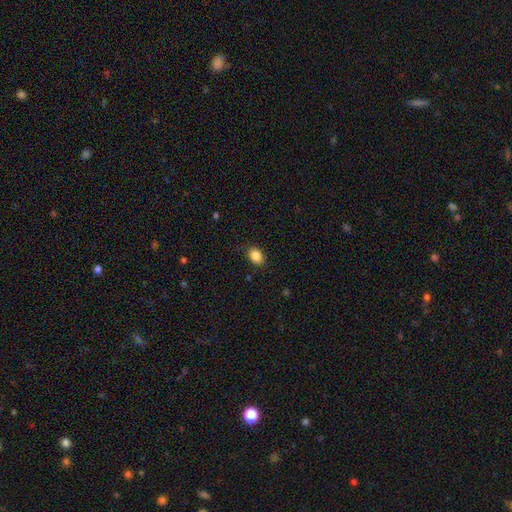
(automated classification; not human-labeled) smooth_or_featured: smooth (p=0.86) [alt: star or artifact p=0.09]
how_rounded: in between (p=0.75) [alt: round p=0.24]
merging: none (p=0.84) [alt: minor disturbance p=0.12]